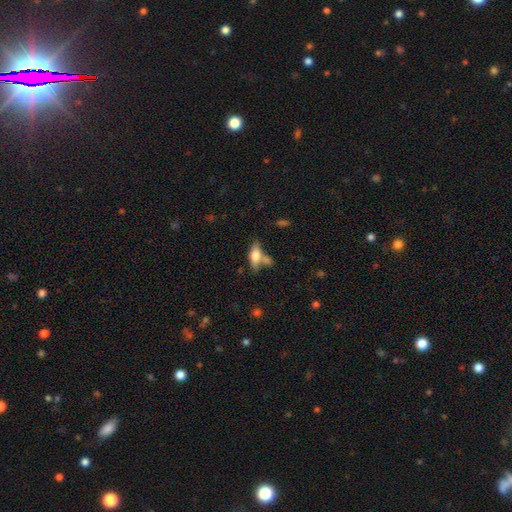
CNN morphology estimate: The model was most divided on "smooth or featured": smooth: 60%, featured or disk: 32%, star or artifact: 8%. More confident: how rounded — in between (64%); merging — none (55%).